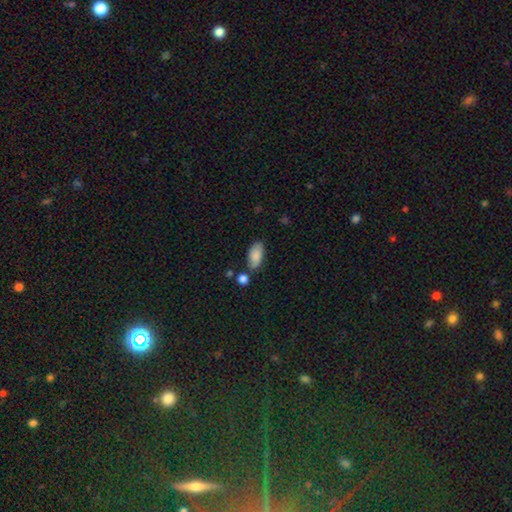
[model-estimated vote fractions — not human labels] Smooth or featured? Predicted: smooth (p=0.85). How rounded? Predicted: in between (p=0.91). Merging? Predicted: none (p=0.68).